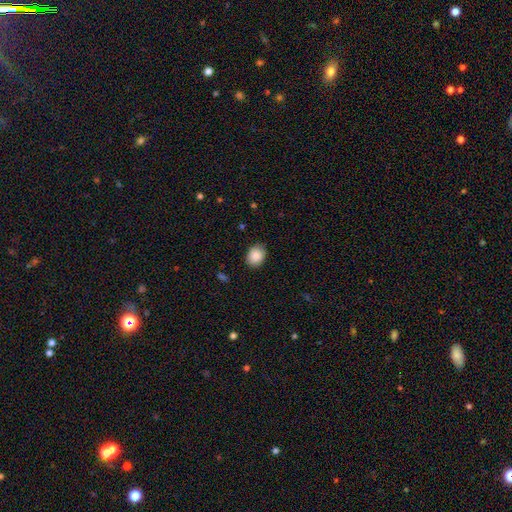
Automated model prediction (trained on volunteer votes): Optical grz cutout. It shows a smooth galaxy with no disk features (88%) that is in between round and cigar-shaped (51%). Merging: none (86%).